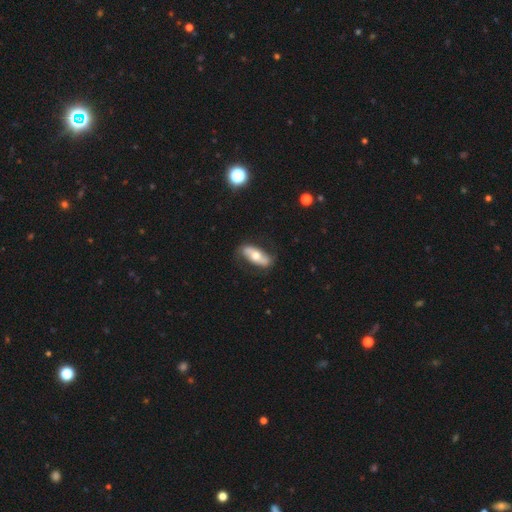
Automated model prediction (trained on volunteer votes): Overall: featured or disk (53%; smooth 41%). Edge-on disk: no (78%). Merging: none (78%).